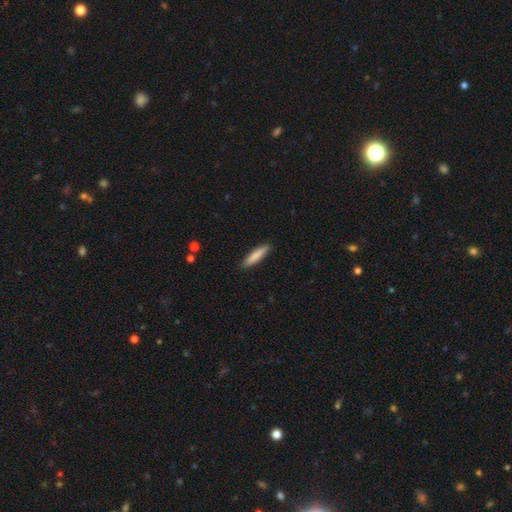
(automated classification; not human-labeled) Overall: smooth (84%). How rounded: cigar-shaped (83%). Merging: none (90%).